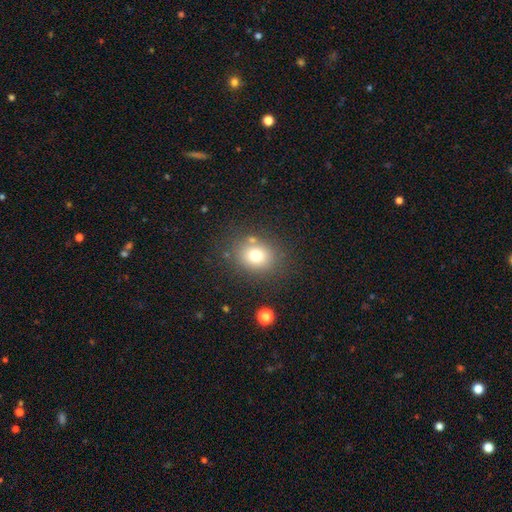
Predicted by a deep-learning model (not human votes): Q: Smooth or featured?
A: smooth (75%); runner-up: star or artifact (13%)
Q: How rounded?
A: round (61%); runner-up: in between (38%)
Q: Merging?
A: none (77%); runner-up: minor disturbance (12%)